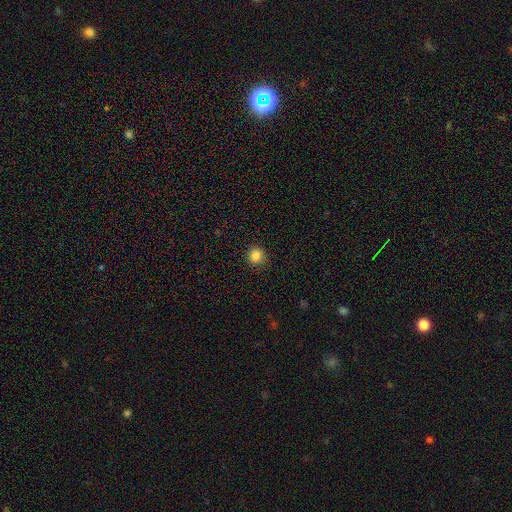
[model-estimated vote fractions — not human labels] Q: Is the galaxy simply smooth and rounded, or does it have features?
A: smooth — 85%.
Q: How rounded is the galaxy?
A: round — 89%.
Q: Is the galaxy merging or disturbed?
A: none — 90%.